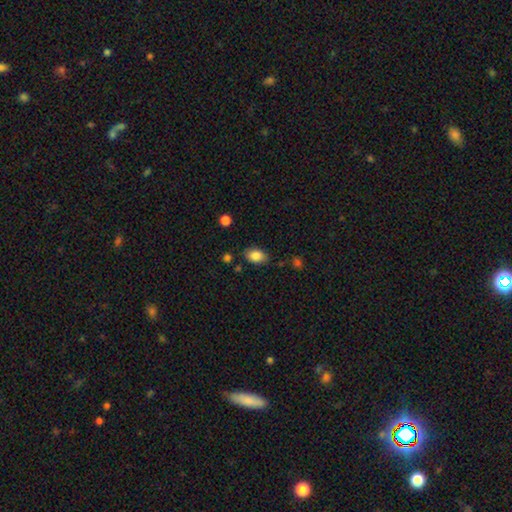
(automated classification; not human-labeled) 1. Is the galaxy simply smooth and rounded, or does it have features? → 84% smooth, 8% star or artifact, 8% featured or disk.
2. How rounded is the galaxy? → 86% in between, 12% round, 1% cigar-shaped.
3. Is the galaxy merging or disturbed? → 81% none, 14% minor disturbance, 3% major disturbance, 2% merger.